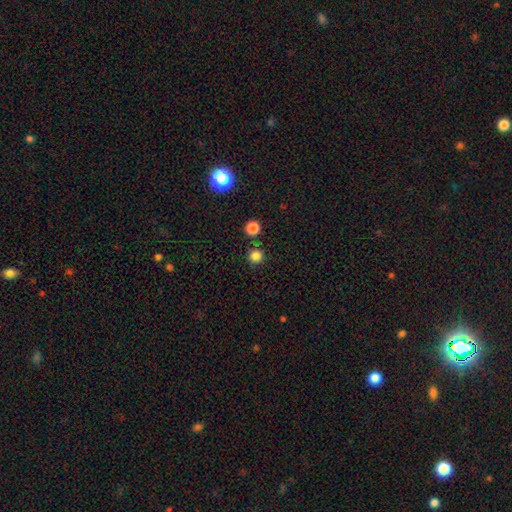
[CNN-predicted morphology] A smooth galaxy with no disk features (82%) that is round (95%). Merging: none (84%).